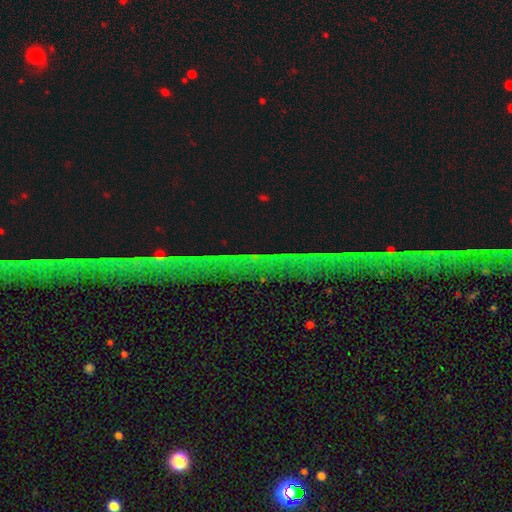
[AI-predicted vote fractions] Smooth or featured? Predicted: star or artifact (p=0.80).